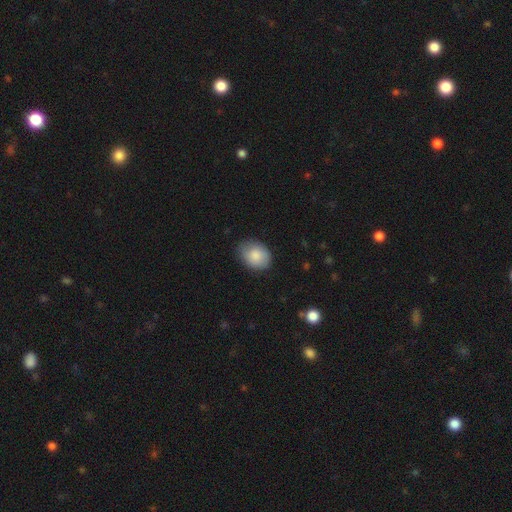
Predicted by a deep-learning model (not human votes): Overall: smooth (85%). How rounded: in between (67%; round 32%). Merging: none (78%).